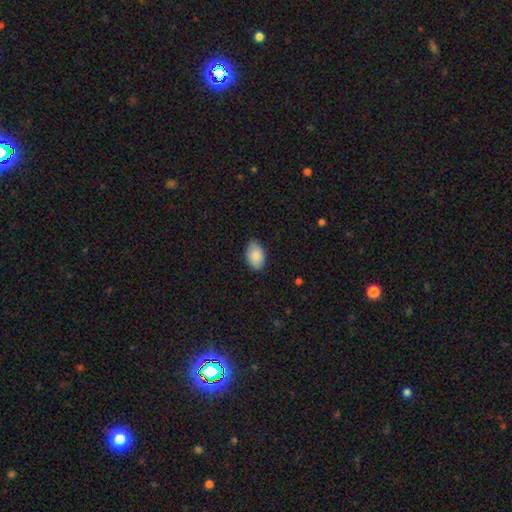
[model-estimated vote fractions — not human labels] Overall: smooth (87%). How rounded: in between (91%). Merging: none (78%).